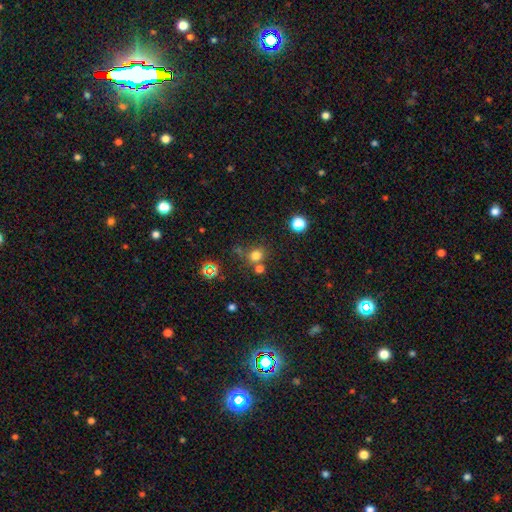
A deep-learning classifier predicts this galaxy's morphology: This appears to be a smooth galaxy with no disk features (73%) that is round (78%). Merging: none (66%).